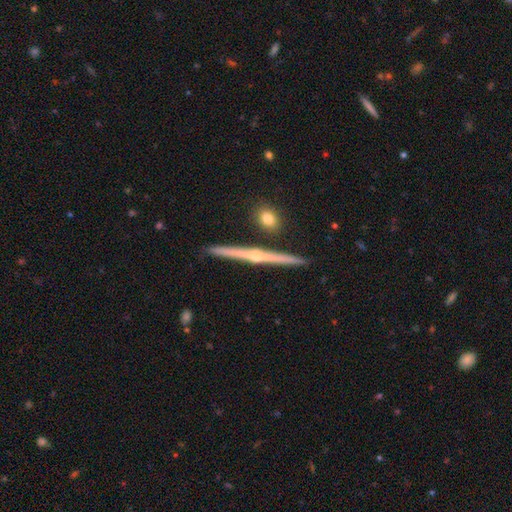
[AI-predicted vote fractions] Smooth or featured: featured or disk — 80% (smooth — 14%)
Edge-on disk: yes — 98% (no — 2%)
Edge-on bulge: rounded — 76% (none — 19%)
Merging: none — 89% (minor disturbance — 6%)